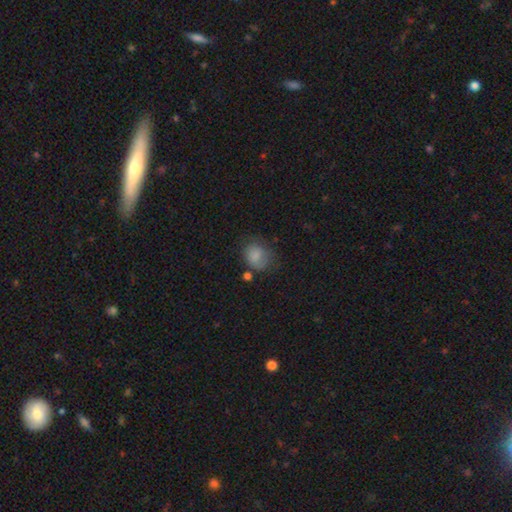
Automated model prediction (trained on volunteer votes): Morphology: type=smooth (78%); roundness=round (54%); merging=none (49%).